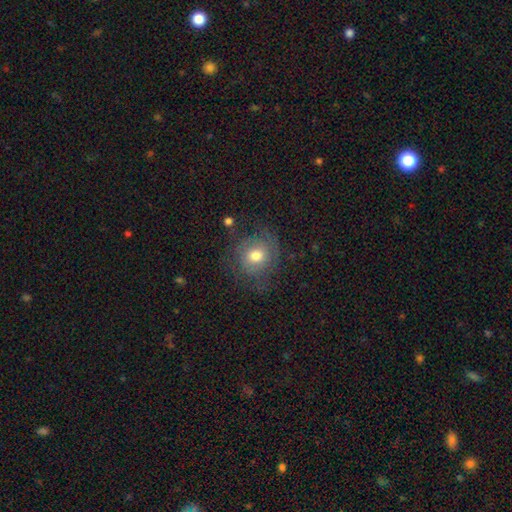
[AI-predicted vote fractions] A smooth galaxy with no disk features (63%) that is round (84%). Merging: none (67%).